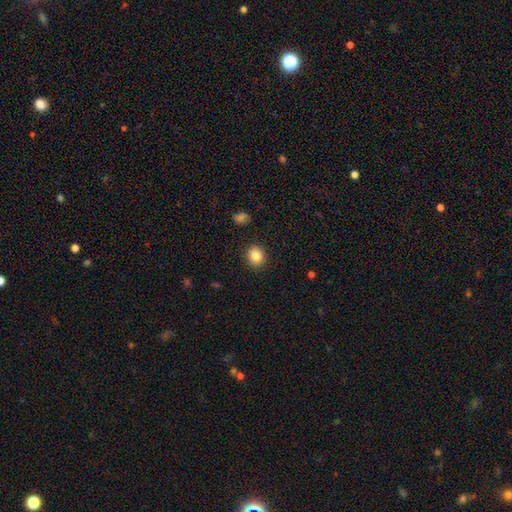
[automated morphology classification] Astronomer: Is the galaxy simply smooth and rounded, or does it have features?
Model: smooth — 84%.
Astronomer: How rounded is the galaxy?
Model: round — 74%.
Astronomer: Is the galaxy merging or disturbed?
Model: none — 91%.